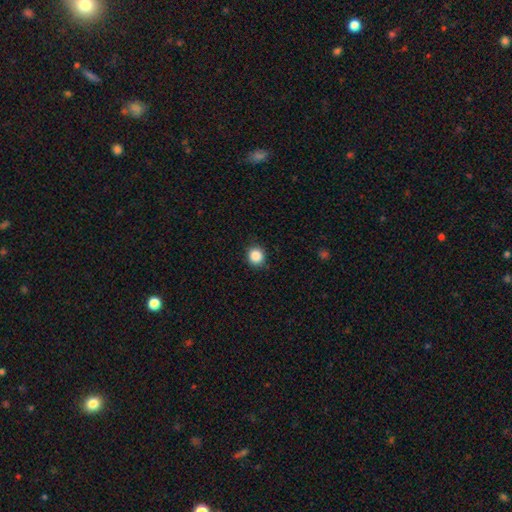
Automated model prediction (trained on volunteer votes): This appears to be a smooth galaxy with no disk features (87%) that is round (91%). Merging: none (89%).